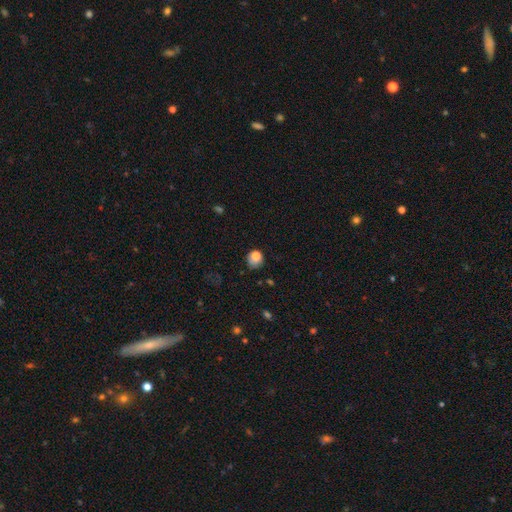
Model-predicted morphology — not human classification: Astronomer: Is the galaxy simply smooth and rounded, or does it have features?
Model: smooth — 75%.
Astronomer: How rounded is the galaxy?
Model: round — 79%.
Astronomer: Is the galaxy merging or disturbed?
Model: none — 58%.